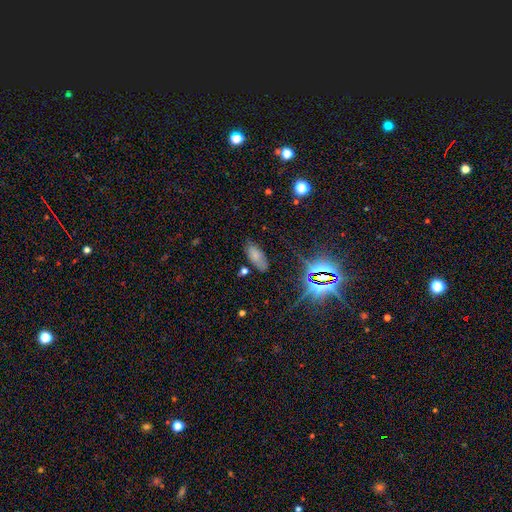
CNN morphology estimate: This is likely a smooth galaxy (65%). How rounded: clearly in between (86%). Merging: likely none (74%).